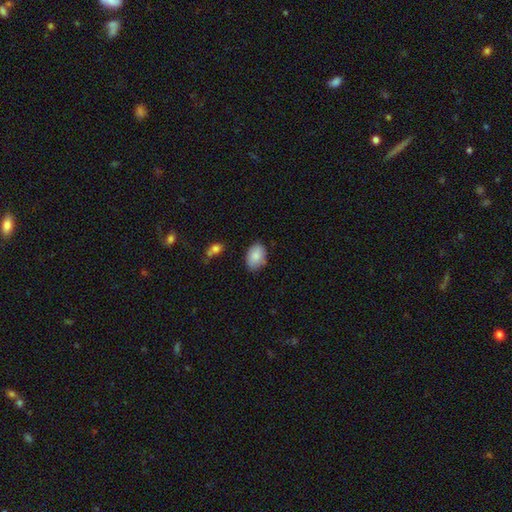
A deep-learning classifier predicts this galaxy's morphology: This is clearly a smooth galaxy (86%). How rounded: clearly in between (86%). Merging: likely none (78%).